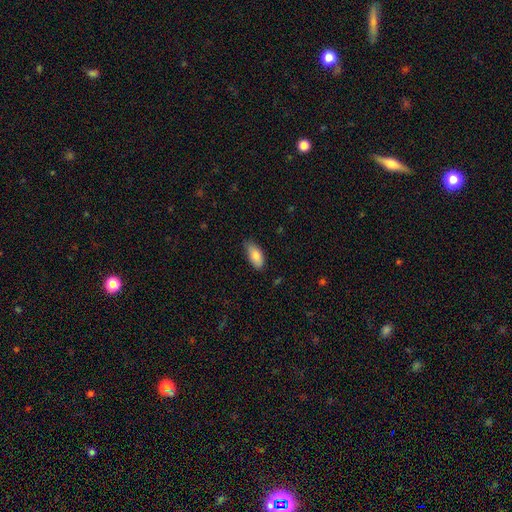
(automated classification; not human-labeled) A smooth galaxy with no disk features (82%) that is in between round and cigar-shaped (89%). Merging: none (74%).